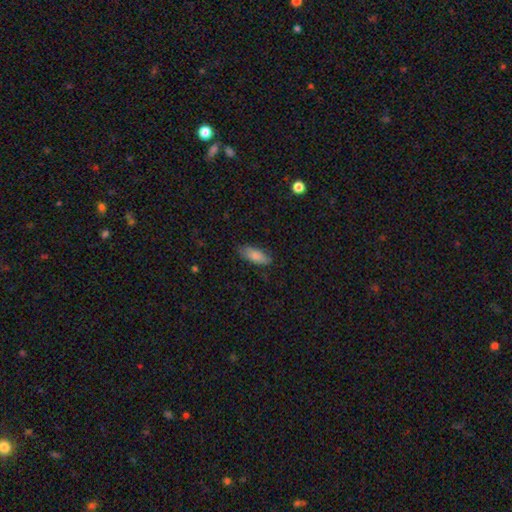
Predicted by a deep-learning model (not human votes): smooth-or-featured: smooth: 82% | featured or disk: 12% | star or artifact: 6%
  how-rounded: in between: 76% | cigar-shaped: 22% | round: 2%
  merging: none: 80% | minor disturbance: 16% | major disturbance: 3% | merger: 1%